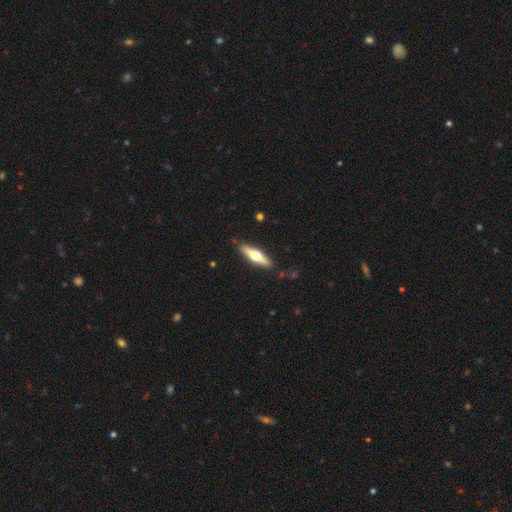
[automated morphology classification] Smooth or featured? featured or disk (53%)
Edge-on disk? yes (91%)
Merging? none (88%)